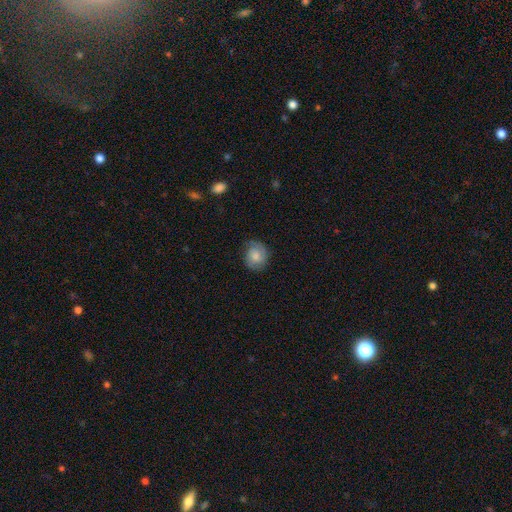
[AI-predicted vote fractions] A smooth galaxy with no disk features (60%) that is round (71%).

Vote fractions:
- Smooth or featured? smooth: 60% / featured or disk: 32% / star or artifact: 8%
- How rounded? round: 71% / in between: 28% / cigar-shaped: 1%
- Merging? none: 74% / minor disturbance: 19% / major disturbance: 6% / merger: 1%